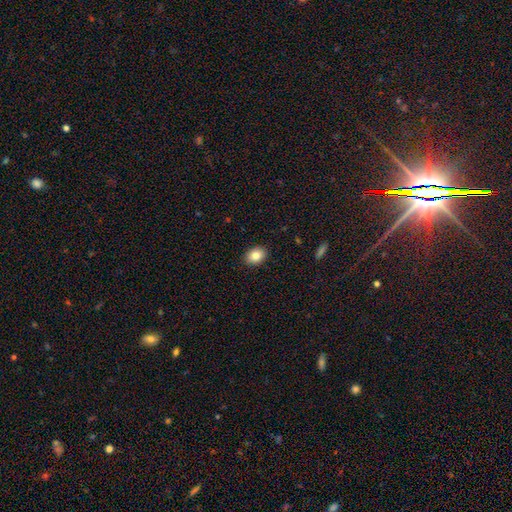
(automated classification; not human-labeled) A smooth galaxy with no disk features (84%) that is in between round and cigar-shaped (75%). Merging: none (90%).